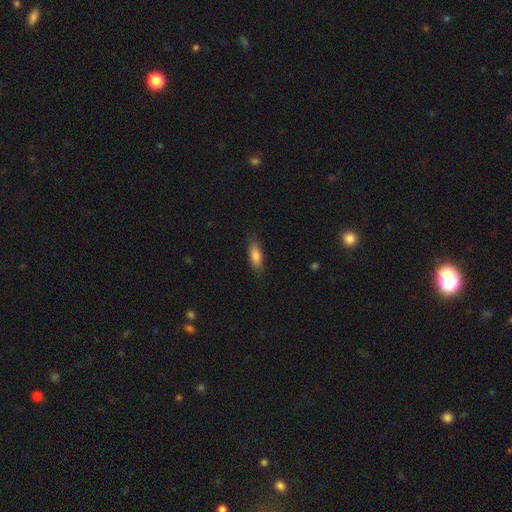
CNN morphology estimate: A smooth galaxy with no disk features (83%) that is in between round and cigar-shaped (67%). Merging: none (83%).